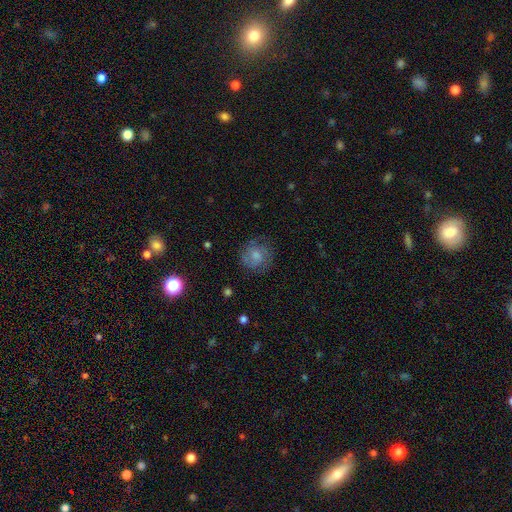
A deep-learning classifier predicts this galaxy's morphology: smooth 61%, featured or disk 30%, star or artifact 9%. Down the decision tree: how rounded — round (84%); merging — none (73%).